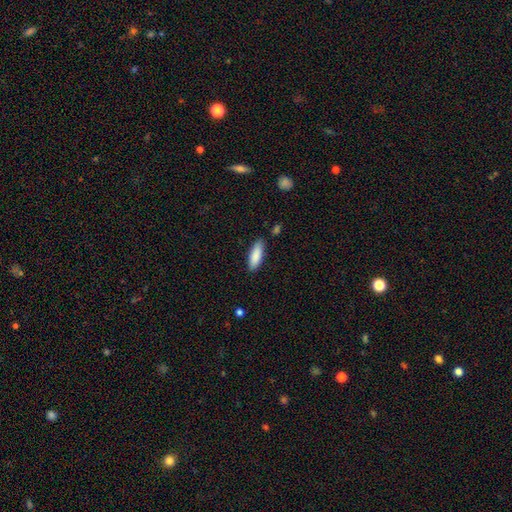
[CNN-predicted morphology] Smooth or featured: smooth — 87% (featured or disk — 7%)
How rounded: in between — 62% (cigar-shaped — 37%)
Merging: none — 85% (minor disturbance — 11%)